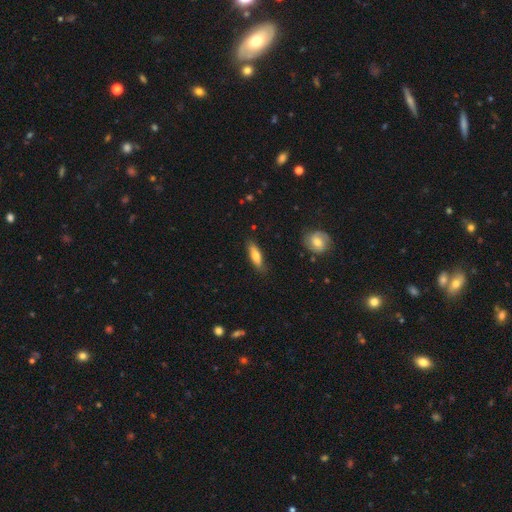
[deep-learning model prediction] Smooth or featured?
  - smooth: 68% *
  - featured or disk: 26%
  - star or artifact: 6%
How rounded?
  - cigar-shaped: 56% *
  - in between: 42%
  - round: 2%
Merging?
  - none: 84% *
  - minor disturbance: 13%
  - major disturbance: 2%
  - merger: 1%